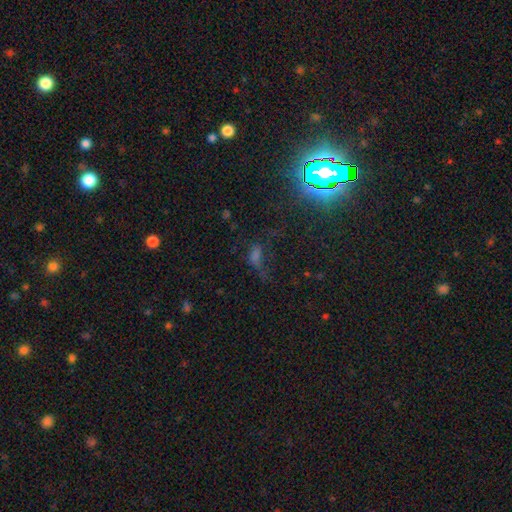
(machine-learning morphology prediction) star or artifact 44%, smooth 36%, featured or disk 19%.